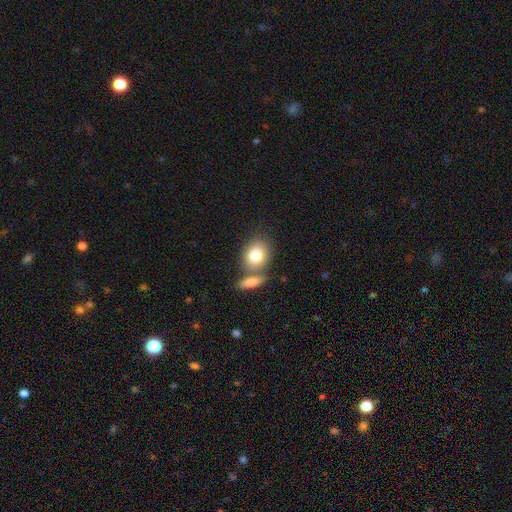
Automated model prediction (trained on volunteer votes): This appears to be a smooth galaxy with no disk features (79%) that is in between round and cigar-shaped (52%). Merging: none (51%).